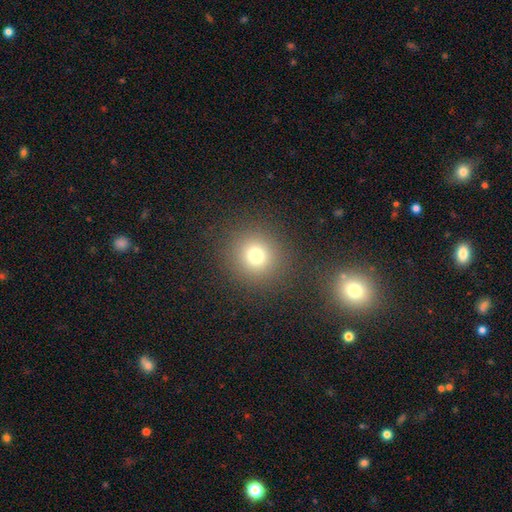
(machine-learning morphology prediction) smooth_or_featured: smooth (p=0.74) [alt: star or artifact p=0.17]
how_rounded: round (p=0.92) [alt: in between p=0.07]
merging: none (p=0.88) [alt: minor disturbance p=0.06]